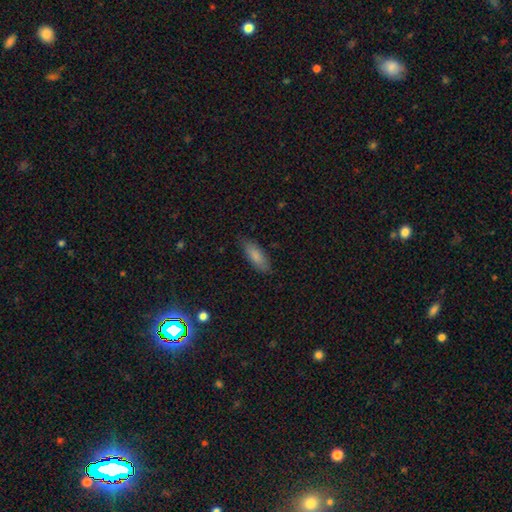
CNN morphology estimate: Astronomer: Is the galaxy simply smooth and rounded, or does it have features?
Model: smooth — 84%.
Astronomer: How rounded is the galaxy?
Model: in between — 59% (runner-up: cigar-shaped, 39%).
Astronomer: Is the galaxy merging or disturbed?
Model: none — 83%.